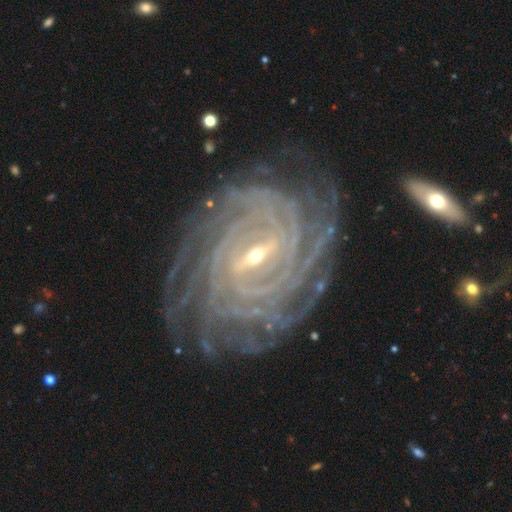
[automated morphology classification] Smooth or featured? featured or disk (93%)
Edge-on disk? no (97%)
Bar? strong (47%)
Spiral arms? yes (99%)
Spiral winding? tight (86%)
Spiral arm count? more than 4 (31%)
Bulge size? small (67%)
Merging? none (79%)